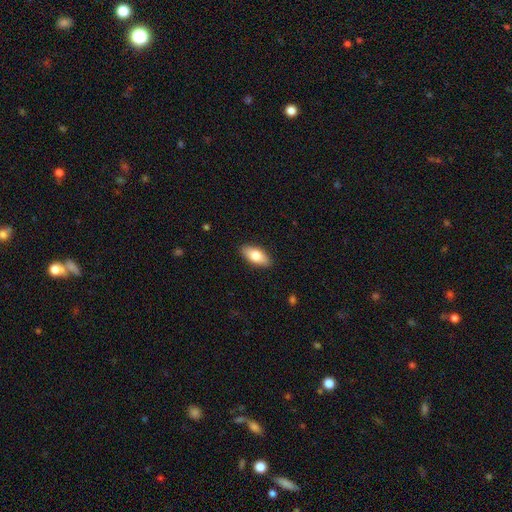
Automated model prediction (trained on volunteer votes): Smooth or featured? Predicted: smooth (p=0.76). How rounded? Predicted: in between (p=0.86). Merging? Predicted: none (p=0.89).